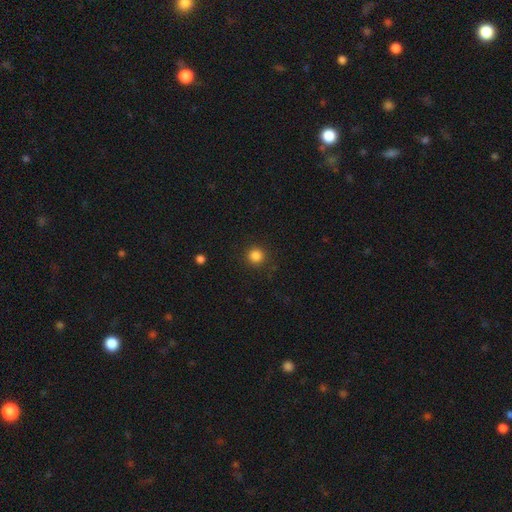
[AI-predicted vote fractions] smooth 85%, star or artifact 12%, featured or disk 3%. Down the decision tree: how rounded — round (94%); merging — none (90%).